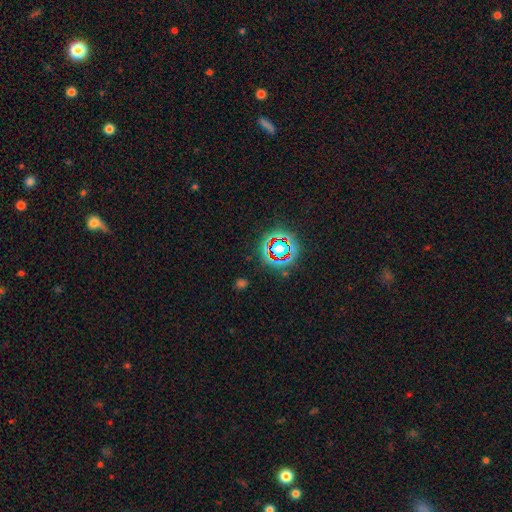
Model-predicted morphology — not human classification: This is likely a star or artifact rather than a galaxy (75%).